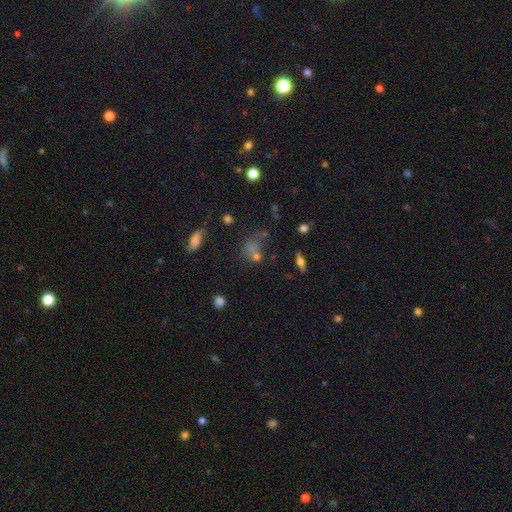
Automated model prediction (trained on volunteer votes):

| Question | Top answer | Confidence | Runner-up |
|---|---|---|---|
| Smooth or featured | smooth | 61% | star or artifact (23%) |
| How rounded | round | 52% | in between (44%) |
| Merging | none | 43% | merger (28%) |